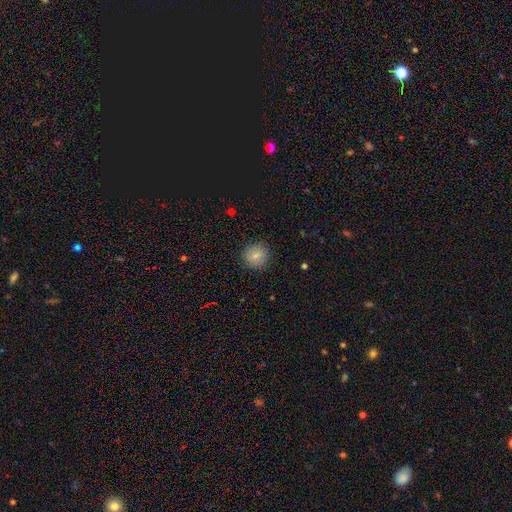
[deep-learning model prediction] This is clearly a smooth galaxy (83%). How rounded: clearly round (87%). Merging: clearly none (87%).